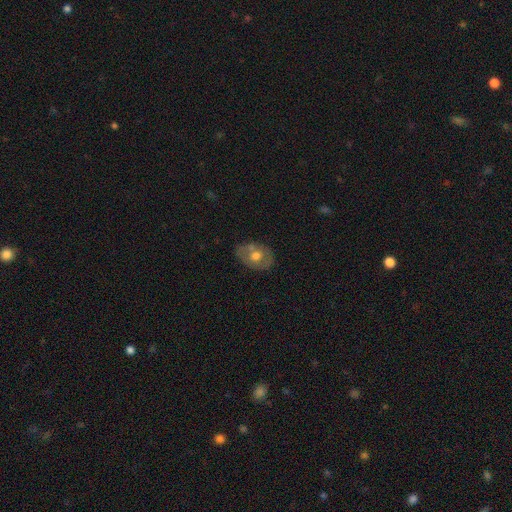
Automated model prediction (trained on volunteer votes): Smooth or featured?
  - smooth: 49% *
  - featured or disk: 44%
  - star or artifact: 7%
Merging?
  - none: 69% *
  - minor disturbance: 21%
  - merger: 6%
  - major disturbance: 5%